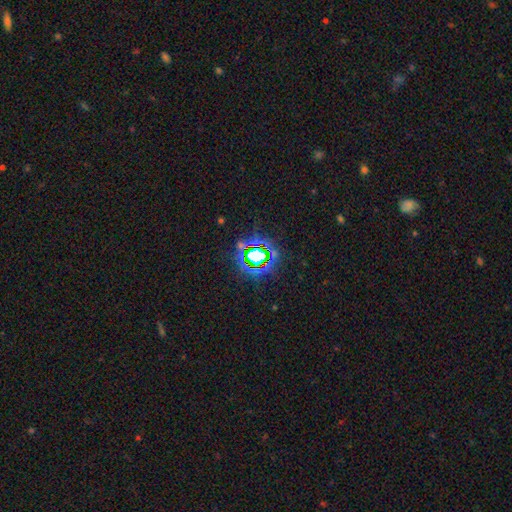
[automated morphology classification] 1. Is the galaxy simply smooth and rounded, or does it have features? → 74% star or artifact, 15% smooth, 11% featured or disk.